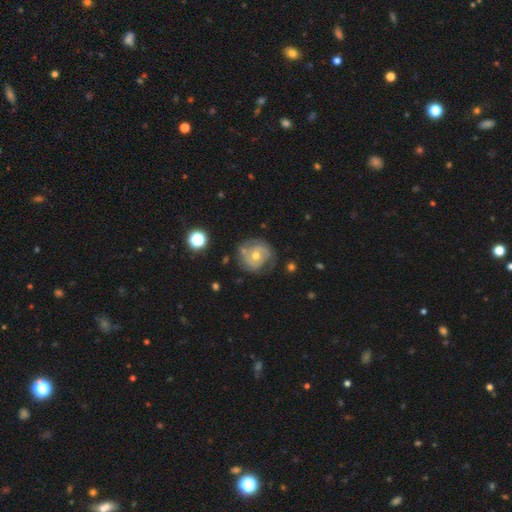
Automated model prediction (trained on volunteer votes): A featured or disk galaxy (77%) with no bar (68%), 2 (55%) tight (58%) spiral arms (89%) and a moderate central bulge (64%).

Vote fractions:
- Smooth or featured? featured or disk: 77% / smooth: 16% / star or artifact: 8%
- Edge-on disk? no: 98% / yes: 2%
- Bar? no: 68% / weak: 26% / strong: 6%
- Spiral arms? yes: 89% / no: 11%
- Spiral winding? tight: 58% / medium: 32% / loose: 10%
- Spiral arm count? 2: 55% / can't tell: 23% / 3: 12% / 1: 5% / 4: 3% / more than 4: 3%
- Bulge size? moderate: 64% / small: 32% / large: 2% / none: 1% / dominant: 1%
- Merging? none: 69% / minor disturbance: 19% / major disturbance: 8% / merger: 3%